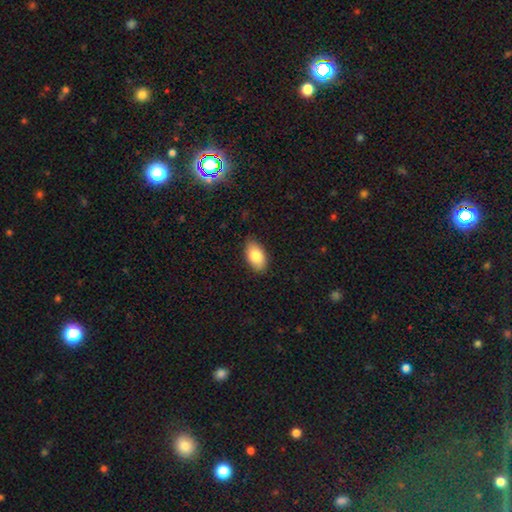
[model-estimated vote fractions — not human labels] smooth 86%, featured or disk 8%, star or artifact 6%. Down the decision tree: how rounded — in between (94%); merging — none (83%).